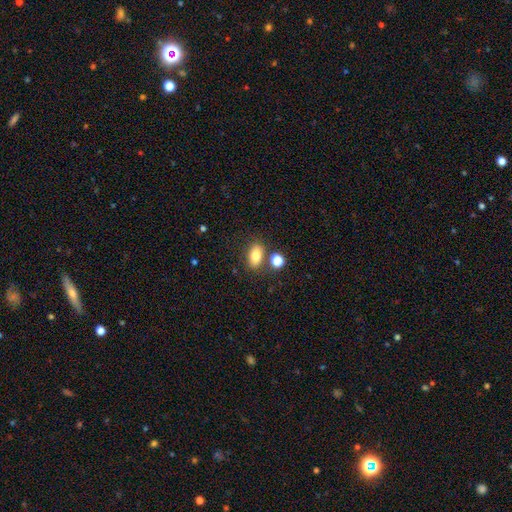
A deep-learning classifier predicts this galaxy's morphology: A smooth galaxy with no disk features (82%) that is in between round and cigar-shaped (85%).

Vote fractions:
- Smooth or featured? smooth: 82% / star or artifact: 10% / featured or disk: 8%
- How rounded? in between: 85% / round: 12% / cigar-shaped: 3%
- Merging? none: 71% / merger: 13% / minor disturbance: 12% / major disturbance: 4%